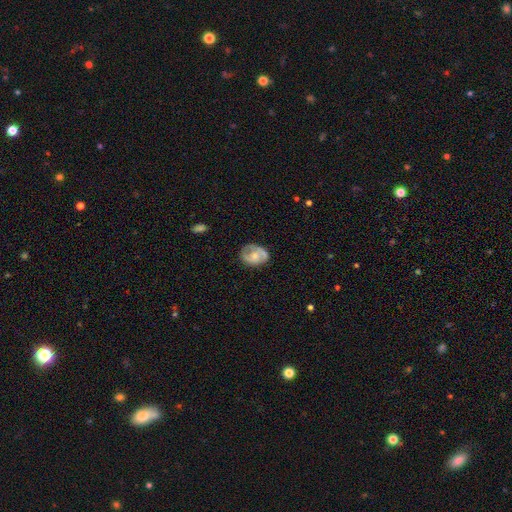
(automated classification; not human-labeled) Smooth or featured: featured or disk — 51% (smooth — 42%)
Edge-on disk: no — 97% (yes — 3%)
Merging: none — 61% (minor disturbance — 26%)